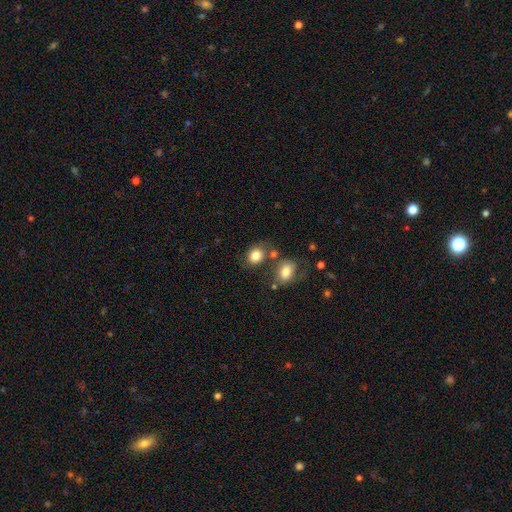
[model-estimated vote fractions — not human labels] Morphology: type=smooth (81%); roundness=round (56%); merging=none (60%).